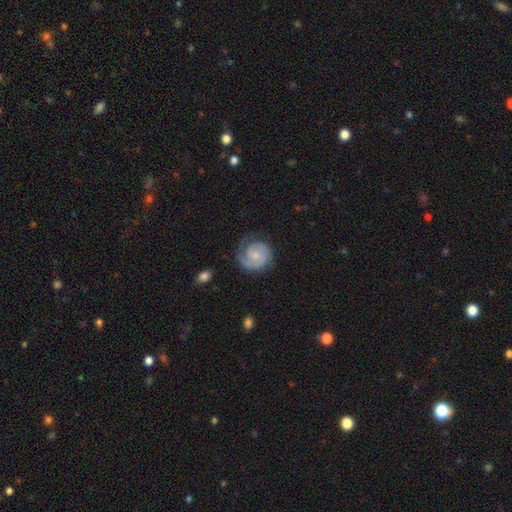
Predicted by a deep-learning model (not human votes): Morphology: type=featured or disk (69%); edge-on=no (98%); bar=no (71%); spiral arms=yes (93%); winding=tight (61%); arm count=1 (39%); bulge=small (57%); merging=none (67%).